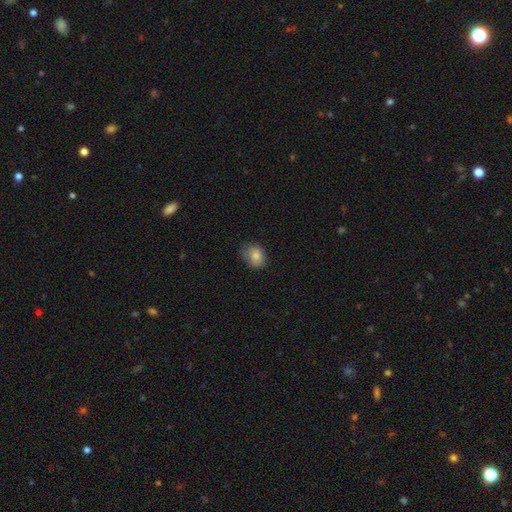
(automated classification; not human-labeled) Q: Smooth or featured?
A: smooth (84%); runner-up: featured or disk (8%)
Q: How rounded?
A: round (55%); runner-up: in between (44%)
Q: Merging?
A: none (67%); runner-up: minor disturbance (25%)